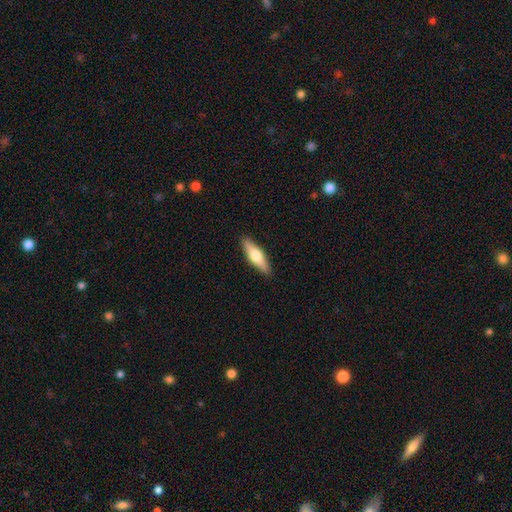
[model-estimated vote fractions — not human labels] This is possibly a smooth galaxy (53%). How rounded: likely cigar-shaped (63%). Merging: clearly none (90%).